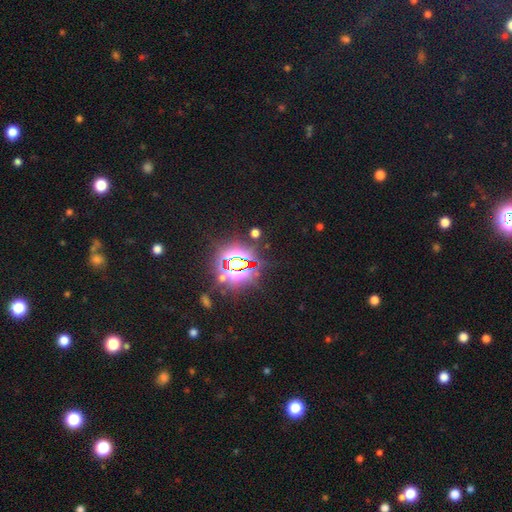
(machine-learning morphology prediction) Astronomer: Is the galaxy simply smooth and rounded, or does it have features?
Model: star or artifact — 83%.